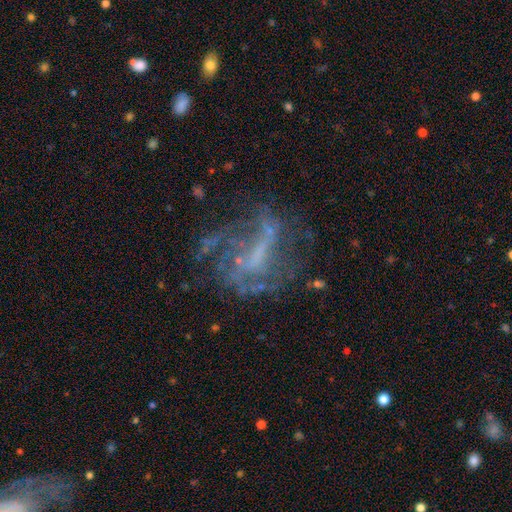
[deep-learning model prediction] A featured or disk galaxy (73%) with no bar (39%), spiral arms (68%) and no central bulge (55%).

Vote fractions:
- Smooth or featured? featured or disk: 73% / star or artifact: 16% / smooth: 11%
- Edge-on disk? no: 96% / yes: 4%
- Bar? no: 39% / weak: 38% / strong: 22%
- Spiral arms? yes: 68% / no: 32%
- Bulge size? none: 55% / small: 25% / moderate: 16% / large: 3% / dominant: 1%
- Merging? none: 50% / major disturbance: 30% / minor disturbance: 16% / merger: 4%